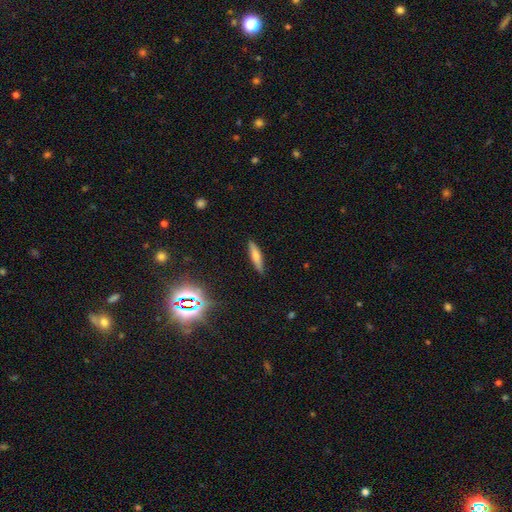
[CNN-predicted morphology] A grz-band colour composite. It shows a smooth galaxy with no disk features (64%) that is cigar-shaped (80%). Merging: none (86%).